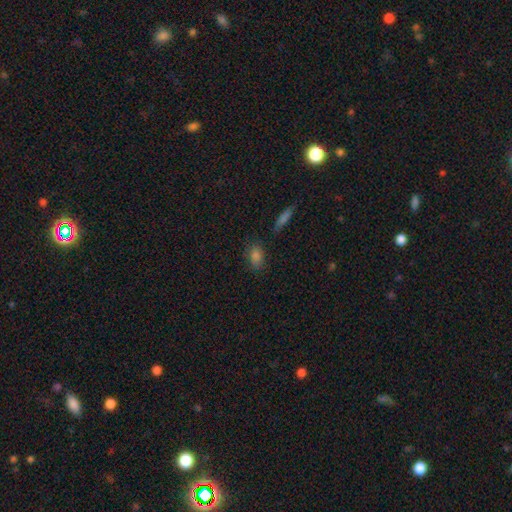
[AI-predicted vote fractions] Smooth or featured: smooth — 80% (star or artifact — 13%)
How rounded: in between — 79% (round — 17%)
Merging: none — 79% (minor disturbance — 15%)